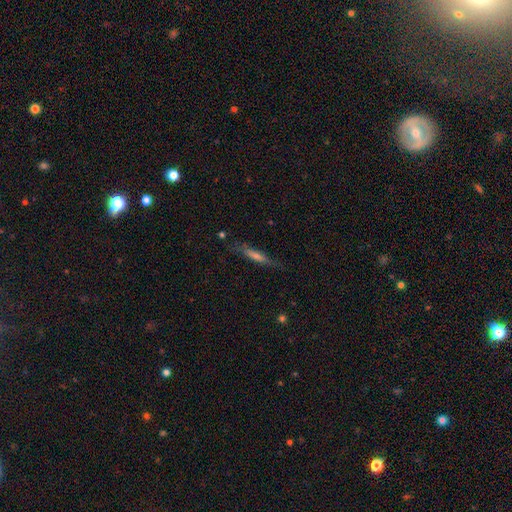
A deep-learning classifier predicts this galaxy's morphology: smooth_or_featured: featured or disk (p=0.48) [alt: smooth p=0.43]
merging: none (p=0.78) [alt: minor disturbance p=0.16]